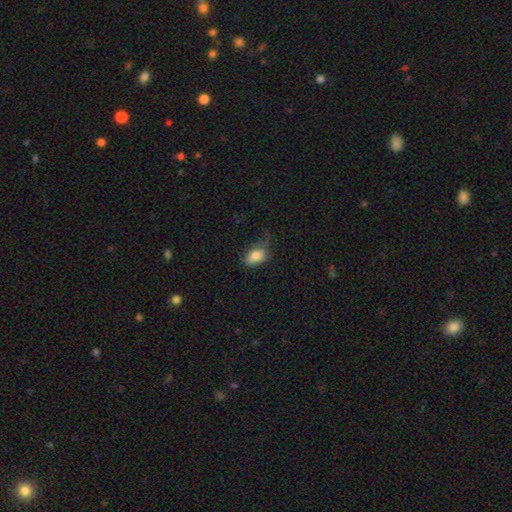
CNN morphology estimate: A smooth galaxy with no disk features (80%) that is in between round and cigar-shaped (89%).

Vote fractions:
- Smooth or featured? smooth: 80% / featured or disk: 10% / star or artifact: 9%
- How rounded? in between: 89% / round: 9% / cigar-shaped: 2%
- Merging? none: 46% / minor disturbance: 34% / major disturbance: 18% / merger: 3%